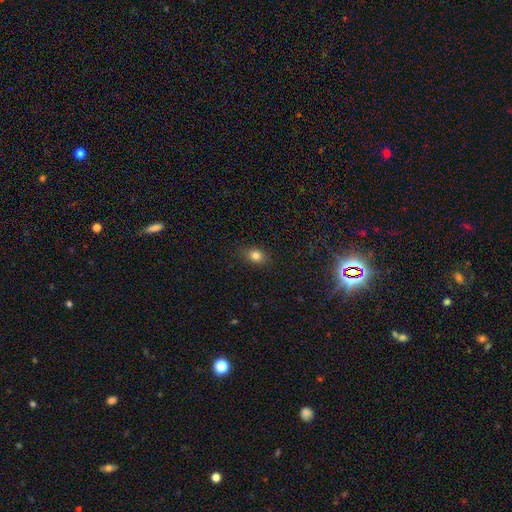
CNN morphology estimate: smooth_or_featured: smooth (p=0.81) [alt: star or artifact p=0.13]
how_rounded: in between (p=0.55) [alt: round p=0.43]
merging: none (p=0.86) [alt: minor disturbance p=0.10]